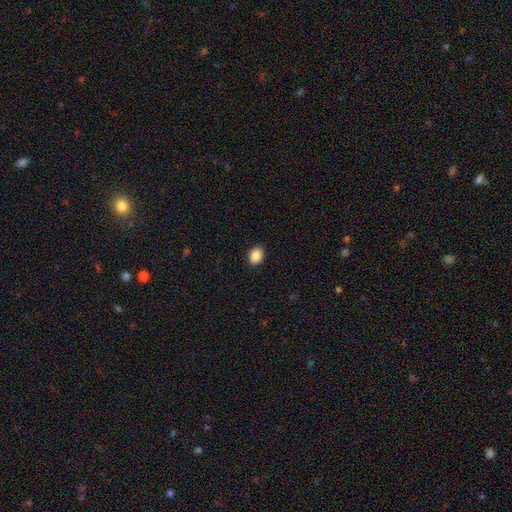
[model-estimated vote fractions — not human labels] smooth 88%, star or artifact 8%, featured or disk 4%. Down the decision tree: how rounded — in between (67%); merging — none (91%).